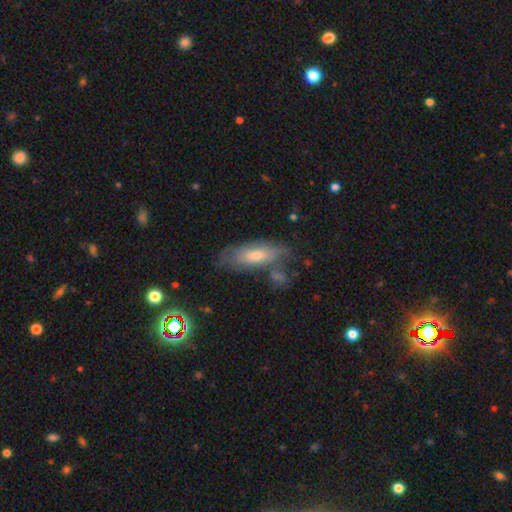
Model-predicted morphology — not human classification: Smooth or featured? featured or disk (39%)
Merging? none (69%)